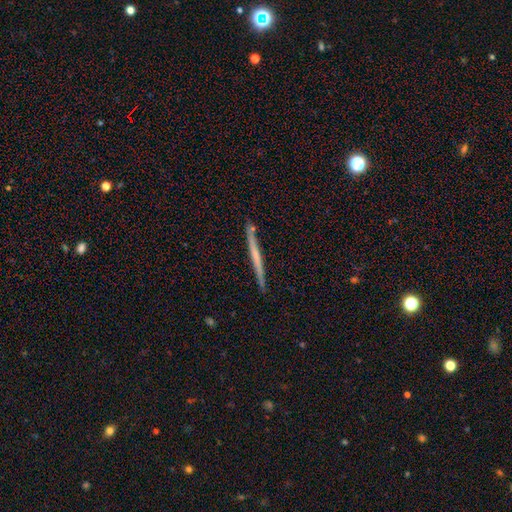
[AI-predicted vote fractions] Overall: featured or disk (55%; smooth 40%). Edge-on disk: yes (97%). Edge-on bulge: none (80%). Merging: none (87%).